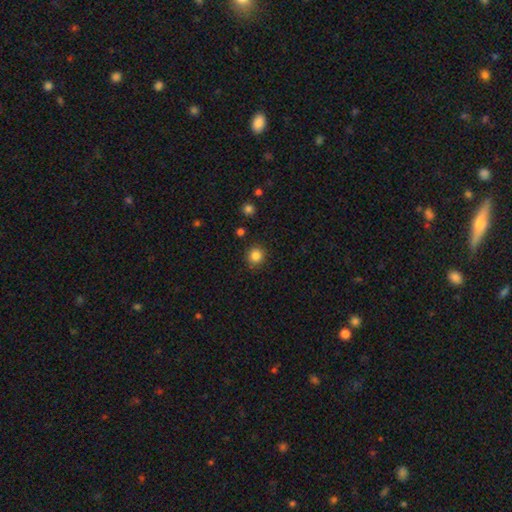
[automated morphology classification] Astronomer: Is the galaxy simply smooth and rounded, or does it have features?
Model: smooth — 84%.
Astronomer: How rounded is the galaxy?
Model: round — 90%.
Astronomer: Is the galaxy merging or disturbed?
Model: none — 89%.